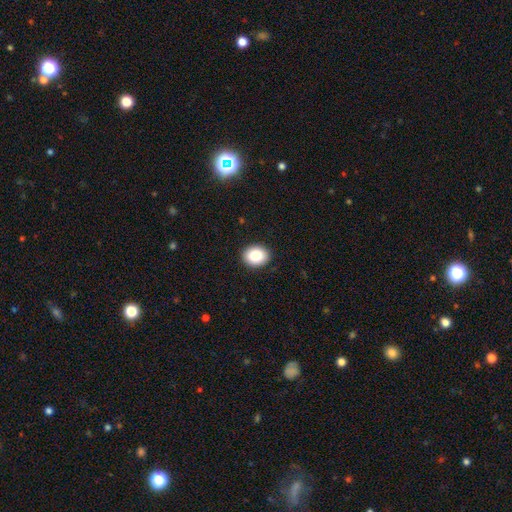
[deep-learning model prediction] smooth-or-featured: smooth: 87% | star or artifact: 8% | featured or disk: 5%
  how-rounded: in between: 50% | round: 49% | cigar-shaped: 1%
  merging: none: 91% | minor disturbance: 6% | major disturbance: 2% | merger: 1%